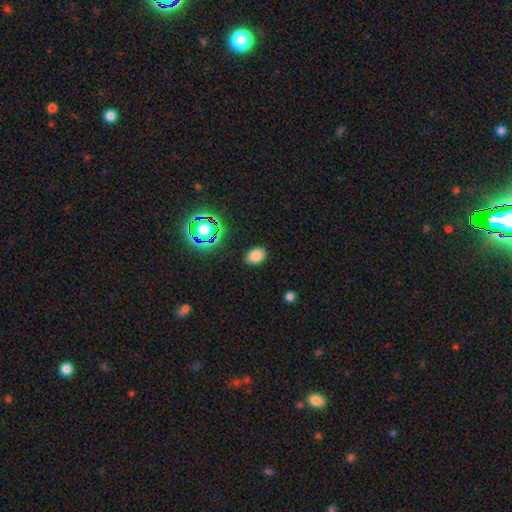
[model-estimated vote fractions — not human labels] The model was most divided on "smooth or featured": smooth: 79%, star or artifact: 15%, featured or disk: 5%. More confident: merging — none (86%); how rounded — in between (83%).